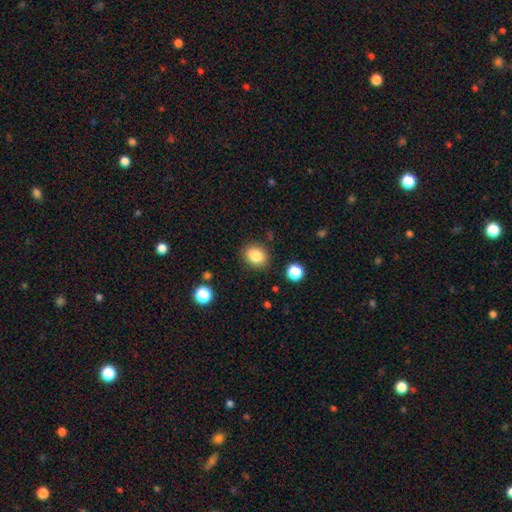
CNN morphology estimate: A smooth galaxy with no disk features (85%) that is in between round and cigar-shaped (50%).

Vote fractions:
- Smooth or featured? smooth: 85% / star or artifact: 10% / featured or disk: 5%
- How rounded? in between: 50% / round: 49% / cigar-shaped: 1%
- Merging? none: 86% / minor disturbance: 9% / major disturbance: 3% / merger: 2%